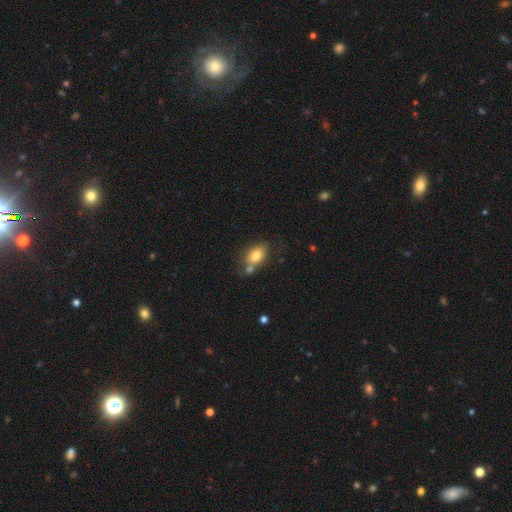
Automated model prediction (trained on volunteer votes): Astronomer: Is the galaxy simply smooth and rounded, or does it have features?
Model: smooth — 77%.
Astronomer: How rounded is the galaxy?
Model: in between — 82%.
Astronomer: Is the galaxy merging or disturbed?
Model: none — 55%.